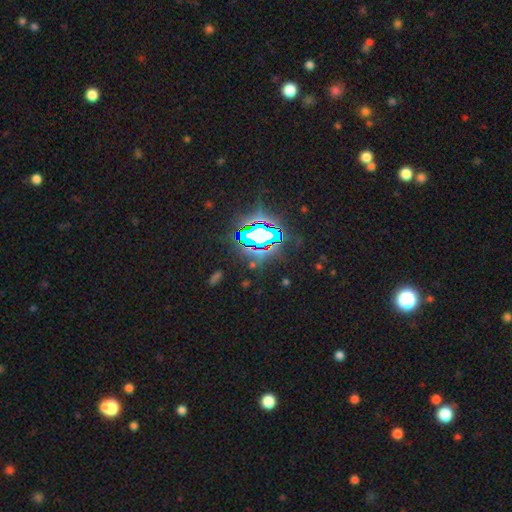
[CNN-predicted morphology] star or artifact 85%, smooth 9%, featured or disk 6%.